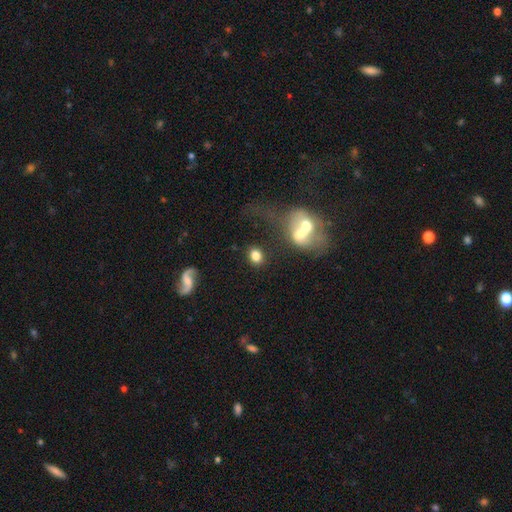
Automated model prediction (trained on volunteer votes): This appears to be a smooth galaxy with no disk features (79%) that is round (53%). Merging: none (65%).